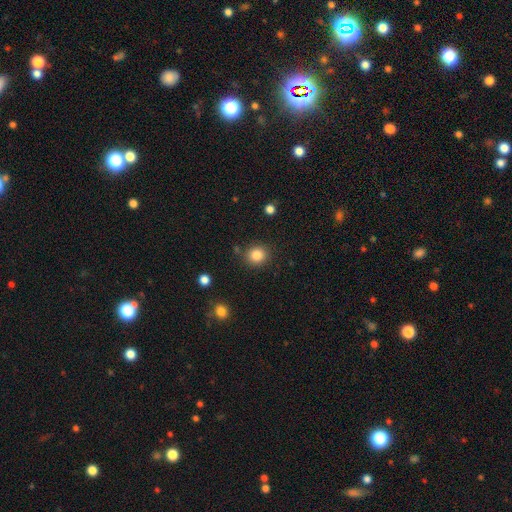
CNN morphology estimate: A smooth galaxy with no disk features (84%) that is round (85%).

Vote fractions:
- Smooth or featured? smooth: 84% / star or artifact: 11% / featured or disk: 5%
- How rounded? round: 85% / in between: 14% / cigar-shaped: 1%
- Merging? none: 86% / minor disturbance: 8% / merger: 3% / major disturbance: 3%